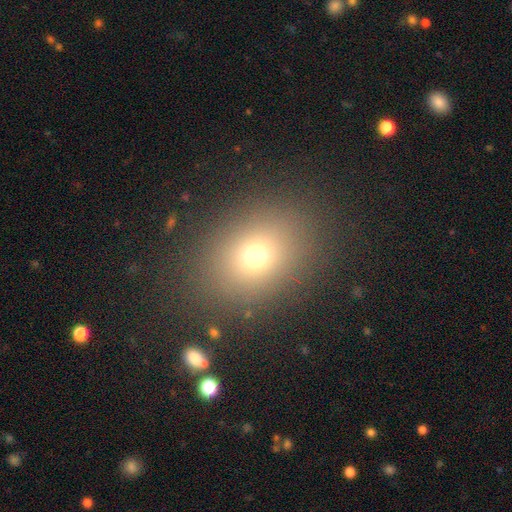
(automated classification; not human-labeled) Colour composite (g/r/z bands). It shows a smooth galaxy with no disk features (70%) that is in between round and cigar-shaped (52%). Merging: none (86%).